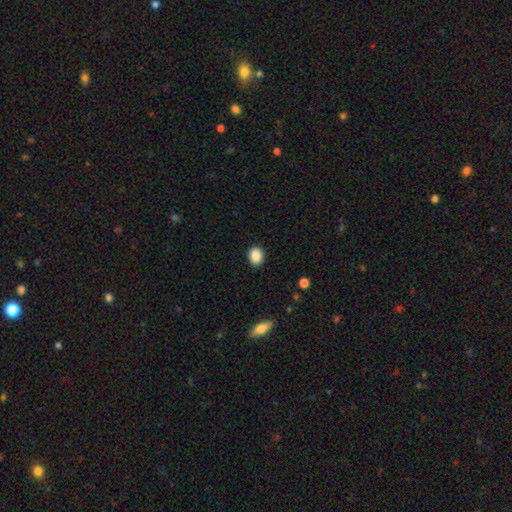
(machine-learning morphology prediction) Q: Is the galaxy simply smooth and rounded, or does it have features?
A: smooth — 89%.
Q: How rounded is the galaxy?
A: round — 51%.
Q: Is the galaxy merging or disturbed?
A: none — 90%.